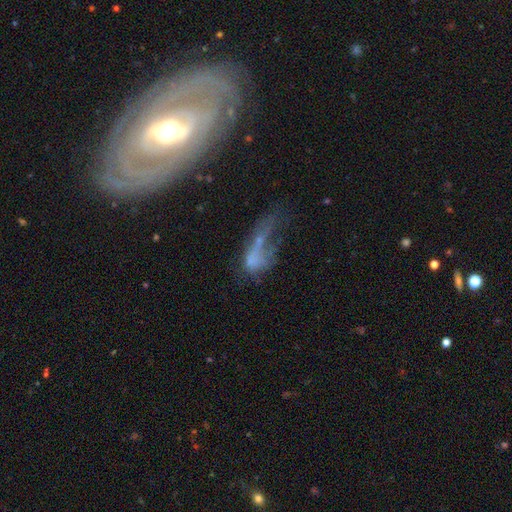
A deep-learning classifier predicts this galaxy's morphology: smooth_or_featured: smooth (p=0.42) [alt: featured or disk p=0.41]
merging: major disturbance (p=0.50) [alt: none p=0.20]